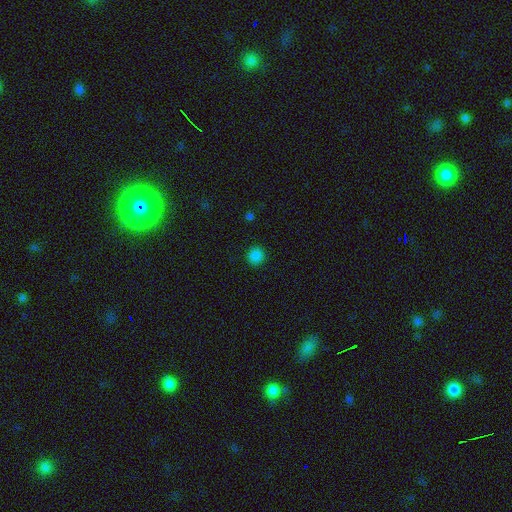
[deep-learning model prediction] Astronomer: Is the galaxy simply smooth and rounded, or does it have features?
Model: smooth — 85%.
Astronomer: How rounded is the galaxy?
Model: round — 93%.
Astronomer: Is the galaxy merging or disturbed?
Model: none — 92%.